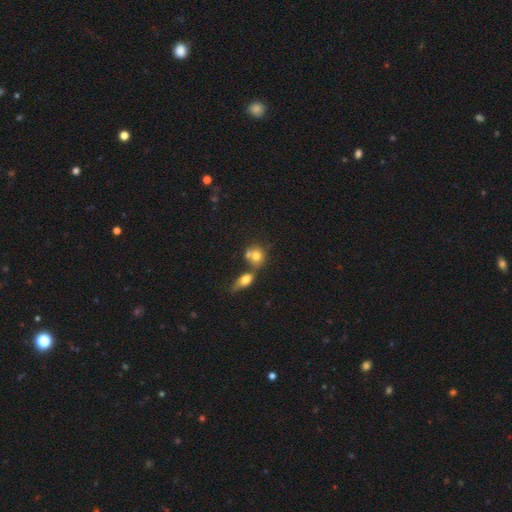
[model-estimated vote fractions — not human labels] smooth 75%, featured or disk 15%, star or artifact 10%. Down the decision tree: how rounded — round (70%); merging — merger (48%).